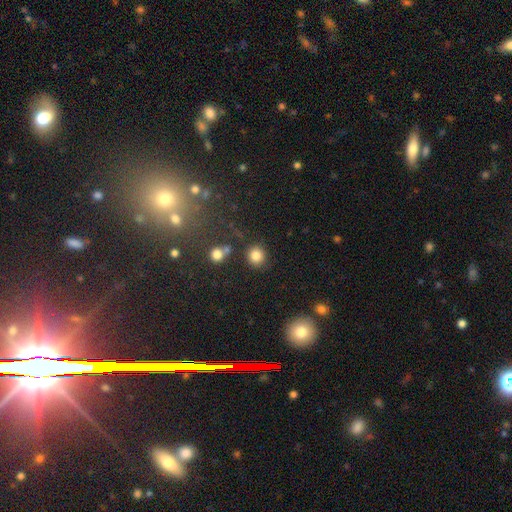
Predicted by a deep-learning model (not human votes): smooth 82%, star or artifact 12%, featured or disk 6%. Down the decision tree: how rounded — round (91%); merging — none (83%).